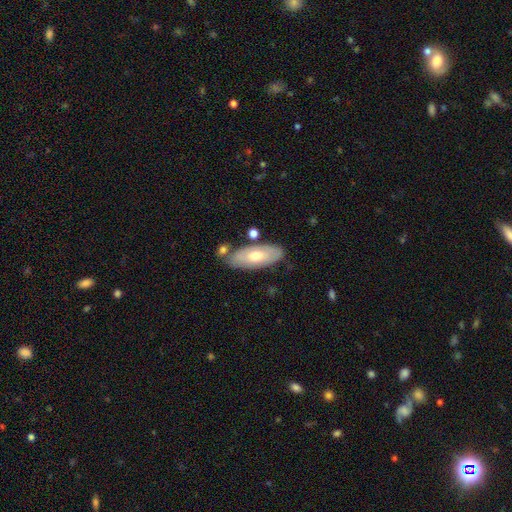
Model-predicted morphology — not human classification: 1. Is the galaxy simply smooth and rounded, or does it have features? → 56% smooth, 39% featured or disk, 6% star or artifact.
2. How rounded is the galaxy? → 81% in between, 17% cigar-shaped, 2% round.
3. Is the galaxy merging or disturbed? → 75% none, 15% minor disturbance, 7% merger, 3% major disturbance.